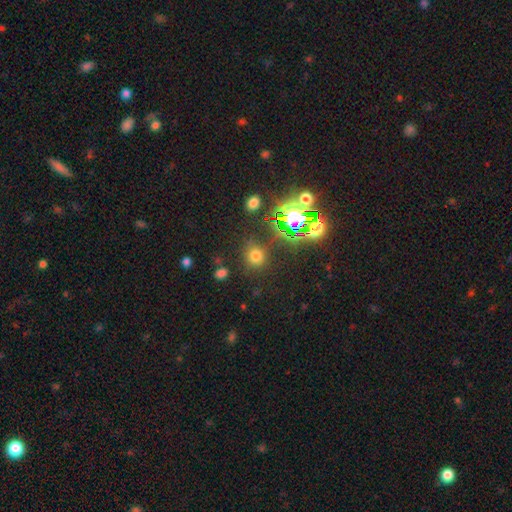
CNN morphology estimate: A smooth galaxy with no disk features (64%) that is round (84%).

Vote fractions:
- Smooth or featured? smooth: 64% / star or artifact: 29% / featured or disk: 7%
- How rounded? round: 84% / in between: 14% / cigar-shaped: 1%
- Merging? none: 82% / minor disturbance: 10% / major disturbance: 4% / merger: 4%